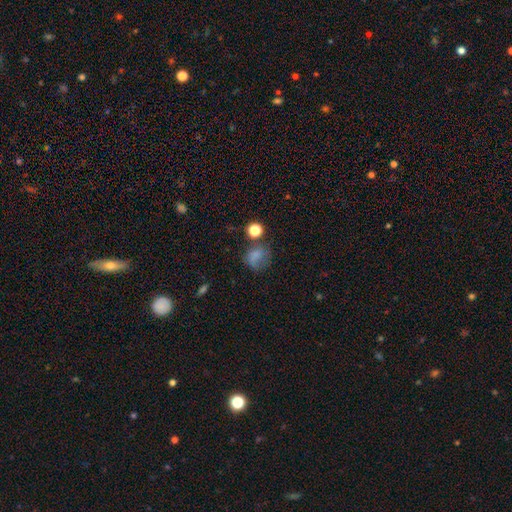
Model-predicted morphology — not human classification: Smooth or featured? Predicted: smooth (p=0.70). How rounded? Predicted: round (p=0.67). Merging? Predicted: none (p=0.46).